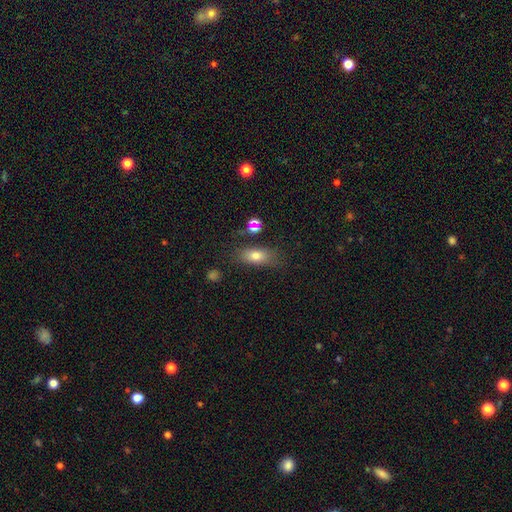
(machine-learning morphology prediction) This is likely a smooth galaxy (74%). How rounded: likely in between (77%). Merging: likely none (75%).